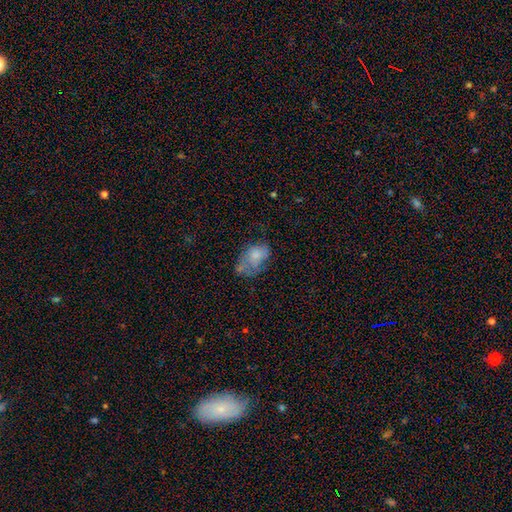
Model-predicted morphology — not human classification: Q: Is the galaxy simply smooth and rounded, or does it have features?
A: smooth — 66%.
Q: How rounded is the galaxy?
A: in between — 86%.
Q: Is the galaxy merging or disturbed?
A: none — 34%.